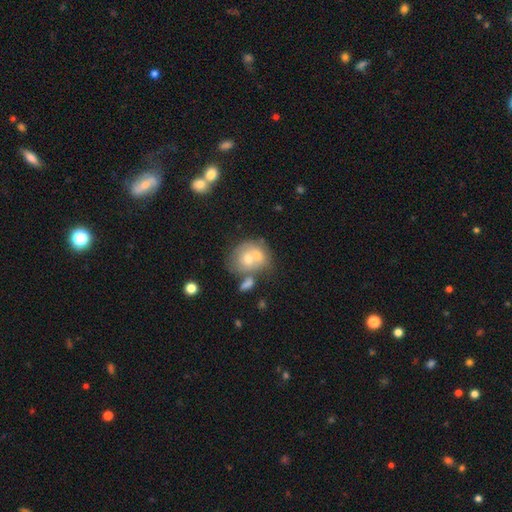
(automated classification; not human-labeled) Smooth or featured: smooth — 49% (featured or disk — 40%)
Merging: merger — 52% (none — 31%)